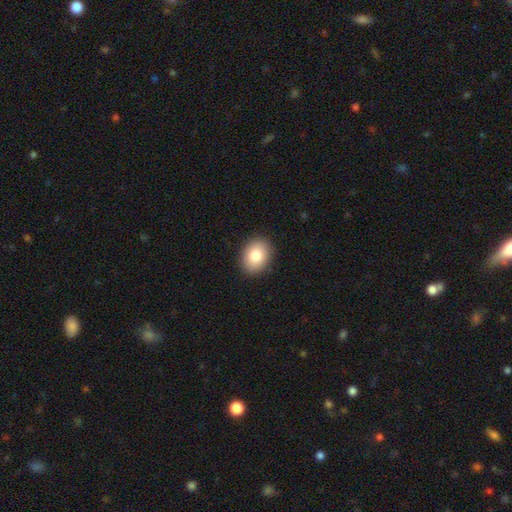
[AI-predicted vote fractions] This is clearly a smooth galaxy (83%). How rounded: likely in between (64%). Merging: clearly none (90%).